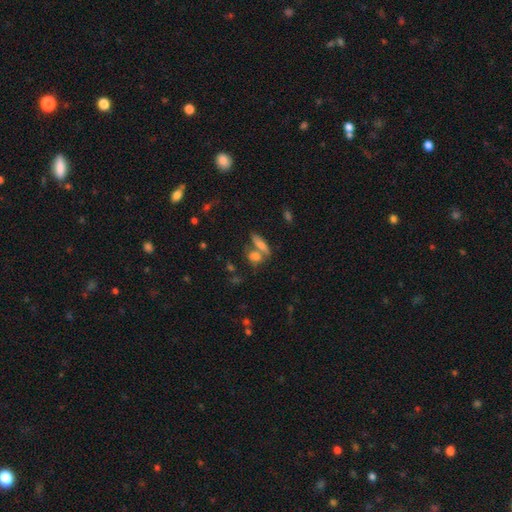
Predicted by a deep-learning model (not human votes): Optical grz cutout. It shows a star or artifact, not a galaxy (47%).